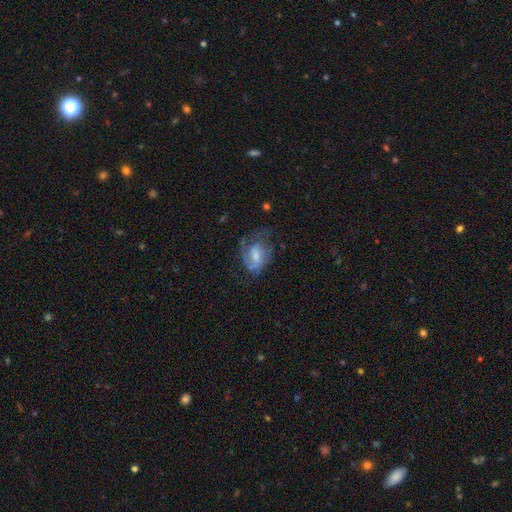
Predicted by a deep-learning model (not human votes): This appears to be a featured or disk galaxy (55%) with a weak bar (46%), spiral arms (70%) and a moderate central bulge (45%). Merging: none (38%).